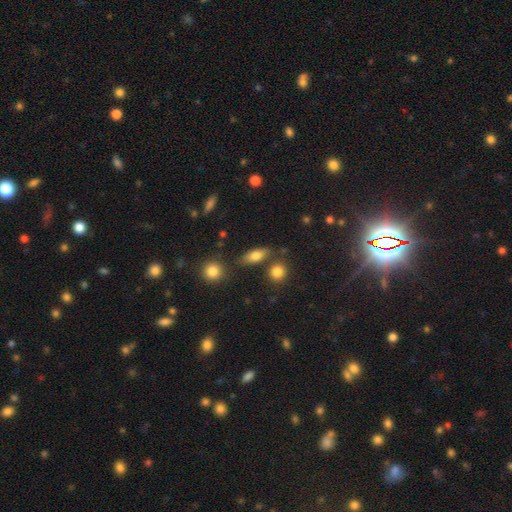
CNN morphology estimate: smooth_or_featured: smooth (p=0.73) [alt: featured or disk p=0.18]
how_rounded: in between (p=0.71) [alt: cigar-shaped p=0.20]
merging: none (p=0.73) [alt: minor disturbance p=0.14]